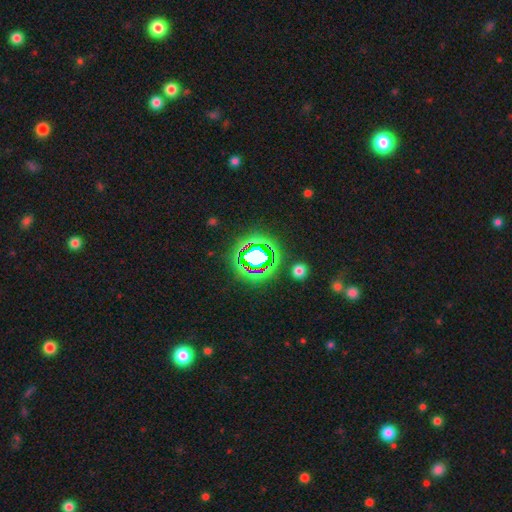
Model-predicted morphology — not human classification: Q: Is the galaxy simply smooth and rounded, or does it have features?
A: star or artifact — 63%.